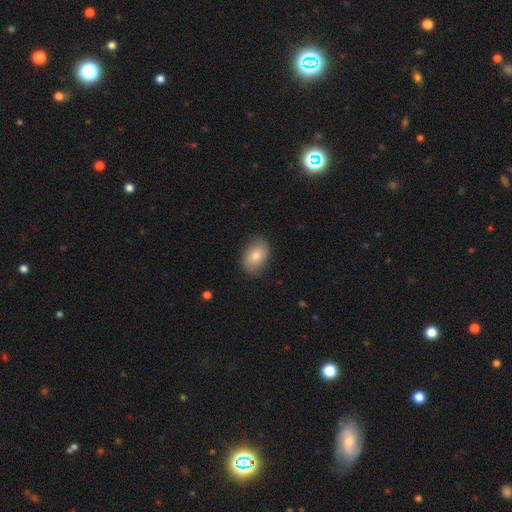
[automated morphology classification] A smooth galaxy with no disk features (78%) that is in between round and cigar-shaped (83%). Merging: none (85%).